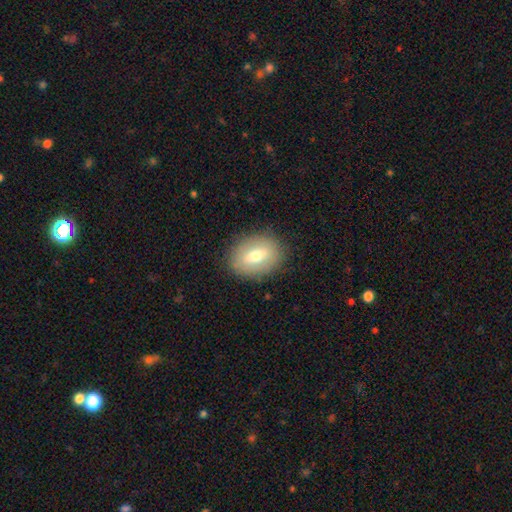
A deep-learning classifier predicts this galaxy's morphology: This appears to be a smooth galaxy with no disk features (62%) that is in between round and cigar-shaped (71%). Merging: none (86%).